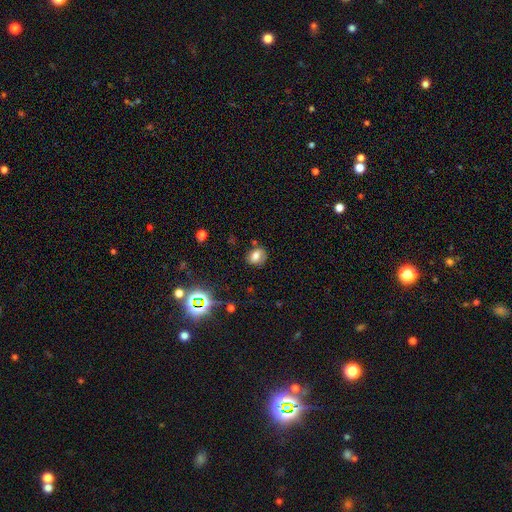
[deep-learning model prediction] Smooth or featured? Predicted: smooth (p=0.65). How rounded? Predicted: round (p=0.49, tied with in between). Merging? Predicted: none (p=0.74).